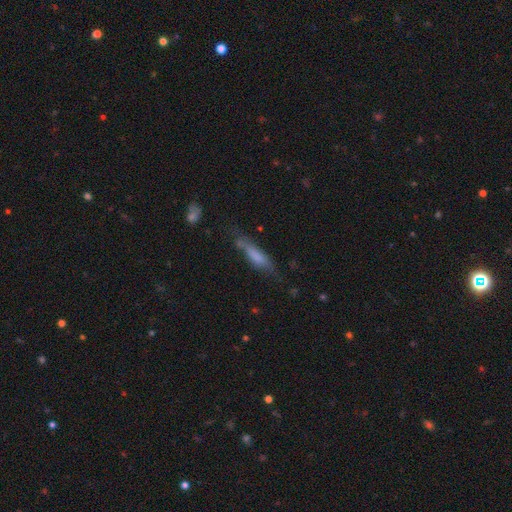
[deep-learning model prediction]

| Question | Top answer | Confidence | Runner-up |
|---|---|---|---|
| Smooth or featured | smooth | 63% | featured or disk (29%) |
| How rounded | cigar-shaped | 78% | in between (20%) |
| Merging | none | 57% | minor disturbance (28%) |